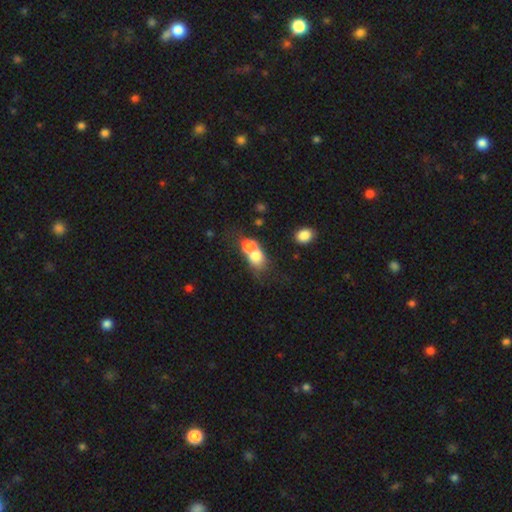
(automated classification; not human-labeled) This is likely a smooth galaxy (68%). How rounded: possibly in between (52%). Merging: likely merger (69%).